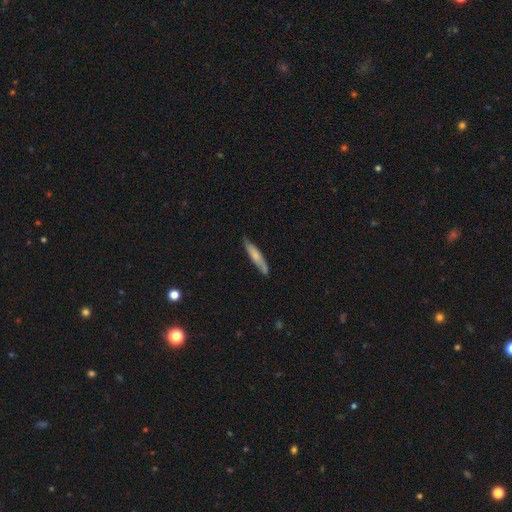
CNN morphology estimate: smooth 63%, featured or disk 31%, star or artifact 5%. Down the decision tree: how rounded — cigar-shaped (89%); merging — none (76%).